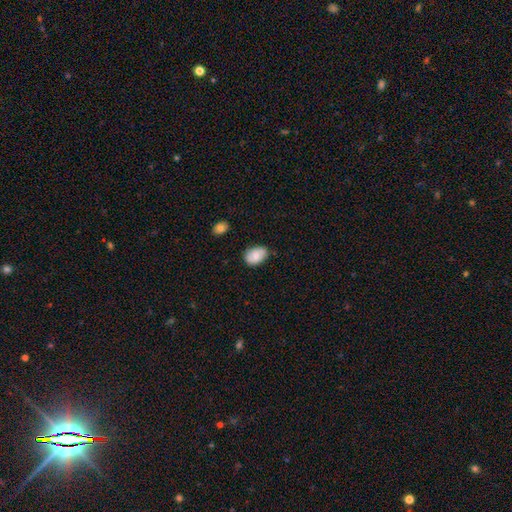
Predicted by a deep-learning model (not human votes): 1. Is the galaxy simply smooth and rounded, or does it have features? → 75% smooth, 18% featured or disk, 7% star or artifact.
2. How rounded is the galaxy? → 83% in between, 16% round, 1% cigar-shaped.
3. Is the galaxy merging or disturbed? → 71% none, 23% minor disturbance, 4% major disturbance, 2% merger.